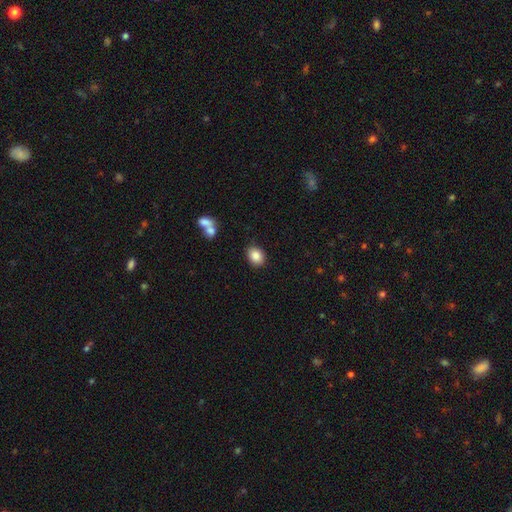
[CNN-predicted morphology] smooth_or_featured: smooth (p=0.86) [alt: star or artifact p=0.08]
how_rounded: in between (p=0.56) [alt: round p=0.43]
merging: none (p=0.85) [alt: minor disturbance p=0.10]